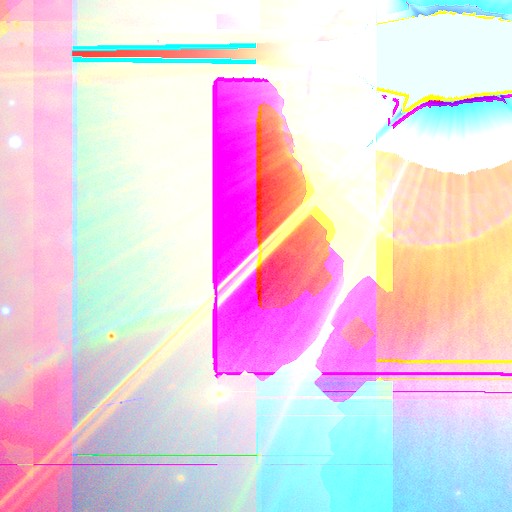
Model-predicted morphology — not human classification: Overall: star or artifact (77%).